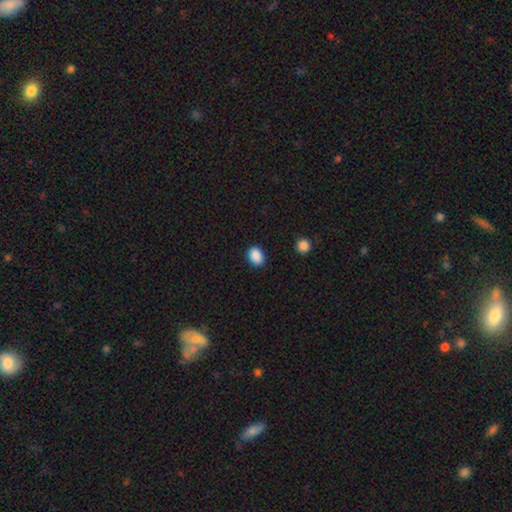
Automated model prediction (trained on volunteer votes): Smooth or featured?
  - smooth: 89% *
  - star or artifact: 8%
  - featured or disk: 3%
How rounded?
  - in between: 74% *
  - round: 25%
  - cigar-shaped: 1%
Merging?
  - none: 87% *
  - minor disturbance: 10%
  - major disturbance: 2%
  - merger: 1%